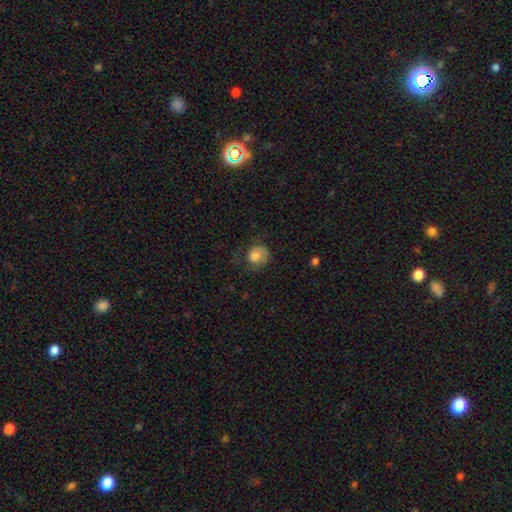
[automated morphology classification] Smooth or featured? Predicted: smooth (p=0.72). How rounded? Predicted: round (p=0.68). Merging? Predicted: none (p=0.49).